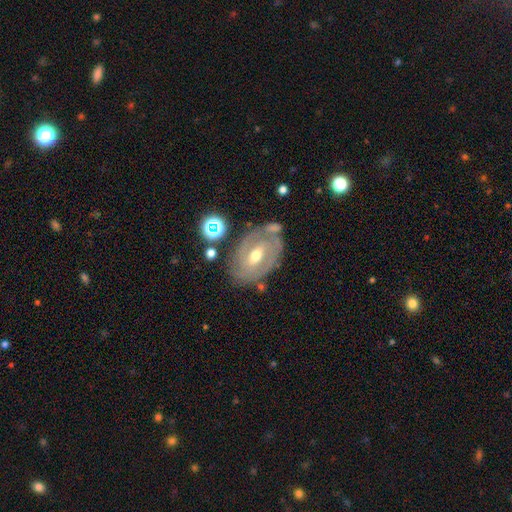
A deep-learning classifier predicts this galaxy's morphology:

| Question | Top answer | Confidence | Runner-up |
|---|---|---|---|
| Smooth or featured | featured or disk | 77% | smooth (16%) |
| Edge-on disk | no | 94% | yes (6%) |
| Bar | weak | 48% | no (27%) |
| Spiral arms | yes | 79% | no (21%) |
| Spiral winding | tight | 63% | medium (28%) |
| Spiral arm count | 2 | 47% | can't tell (34%) |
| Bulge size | moderate | 66% | small (30%) |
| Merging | none | 69% | minor disturbance (19%) |